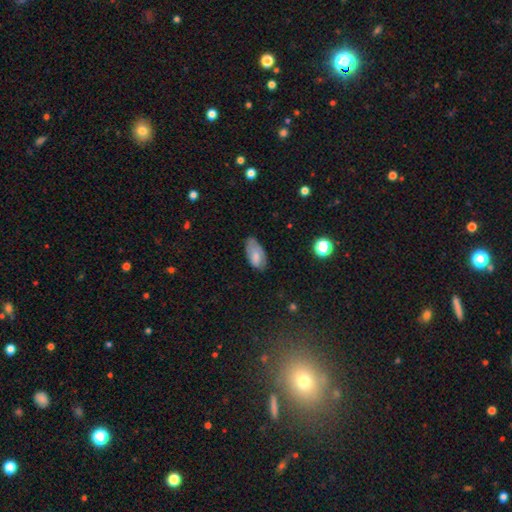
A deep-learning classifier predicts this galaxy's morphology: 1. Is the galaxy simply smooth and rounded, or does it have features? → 73% smooth, 19% featured or disk, 8% star or artifact.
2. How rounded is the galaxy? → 93% in between, 4% cigar-shaped, 3% round.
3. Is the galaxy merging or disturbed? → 54% none, 35% minor disturbance, 9% major disturbance, 2% merger.